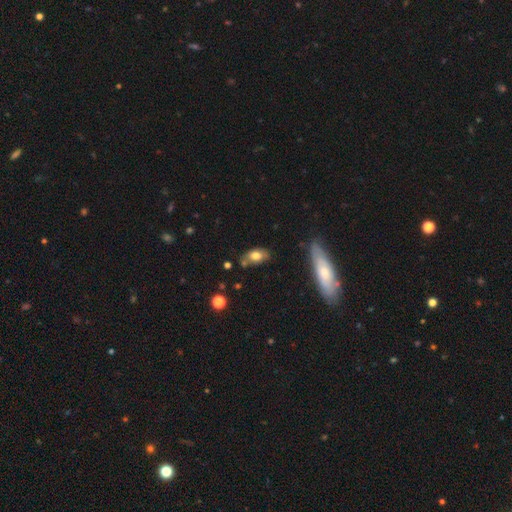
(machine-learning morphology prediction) Smooth or featured? smooth (73%)
How rounded? in between (85%)
Merging? none (62%)